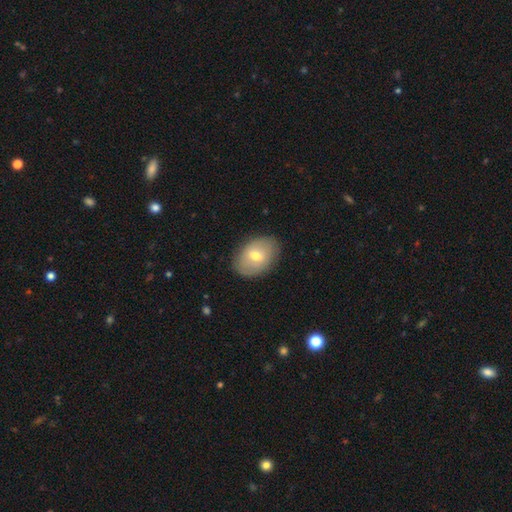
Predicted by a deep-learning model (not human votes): A smooth galaxy with no disk features (63%) that is in between round and cigar-shaped (81%).

Vote fractions:
- Smooth or featured? smooth: 63% / featured or disk: 30% / star or artifact: 7%
- How rounded? in between: 81% / round: 18% / cigar-shaped: 1%
- Merging? none: 83% / minor disturbance: 13% / major disturbance: 3% / merger: 1%